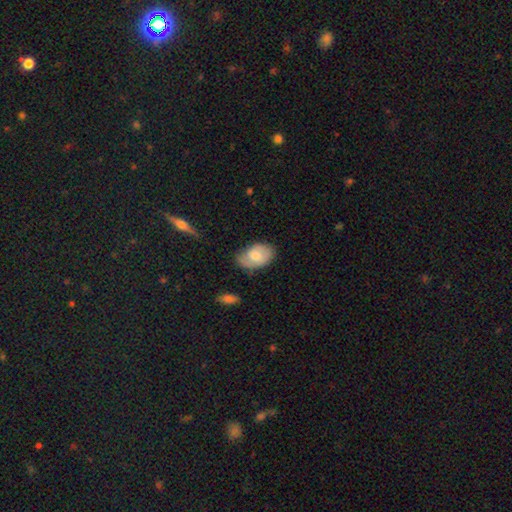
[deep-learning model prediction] Smooth or featured? Predicted: smooth (p=0.62). How rounded? Predicted: in between (p=0.89). Merging? Predicted: none (p=0.68).